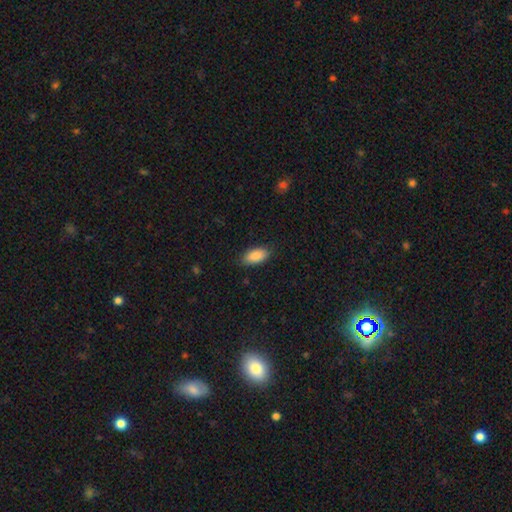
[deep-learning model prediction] smooth 89%, star or artifact 6%, featured or disk 5%. Down the decision tree: how rounded — in between (92%); merging — none (83%).